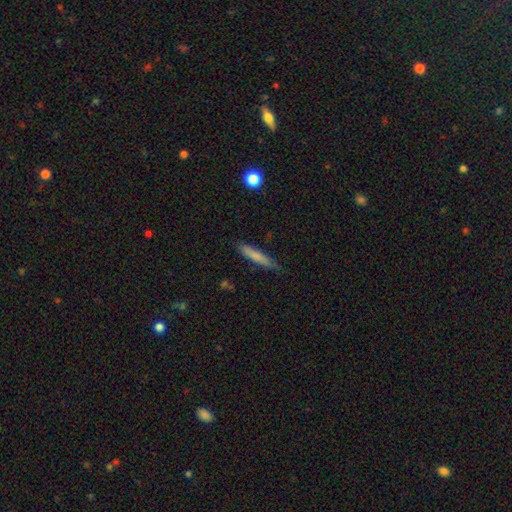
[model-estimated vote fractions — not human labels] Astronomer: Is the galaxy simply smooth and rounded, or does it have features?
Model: smooth — 75%.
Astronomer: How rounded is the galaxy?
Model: cigar-shaped — 91%.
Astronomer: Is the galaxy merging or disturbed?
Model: none — 79%.